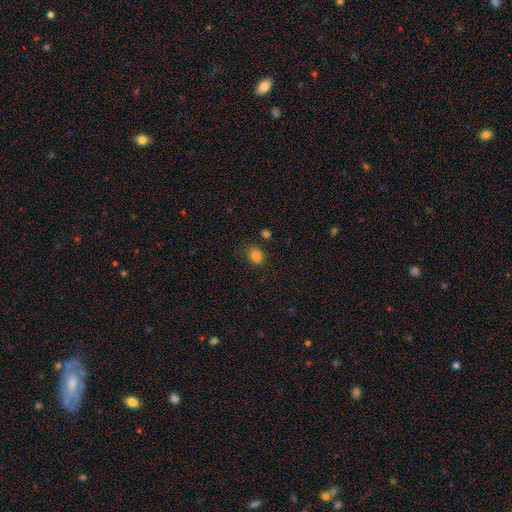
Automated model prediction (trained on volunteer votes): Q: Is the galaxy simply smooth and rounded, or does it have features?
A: smooth — 84%.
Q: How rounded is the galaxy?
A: in between — 62%.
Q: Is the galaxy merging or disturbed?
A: none — 73%.